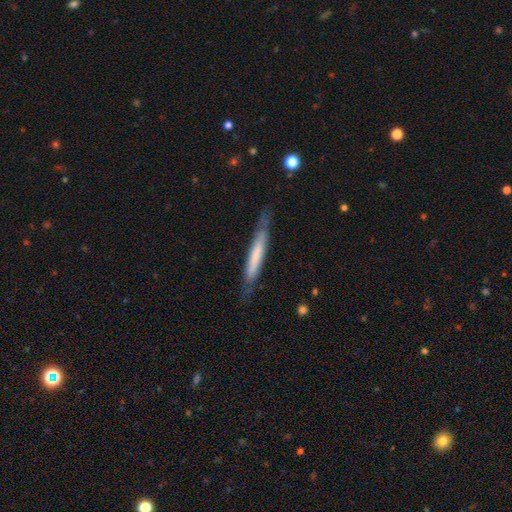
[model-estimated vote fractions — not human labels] smooth 54%, featured or disk 40%, star or artifact 6%. Down the decision tree: how rounded — cigar-shaped (95%); merging — none (78%).